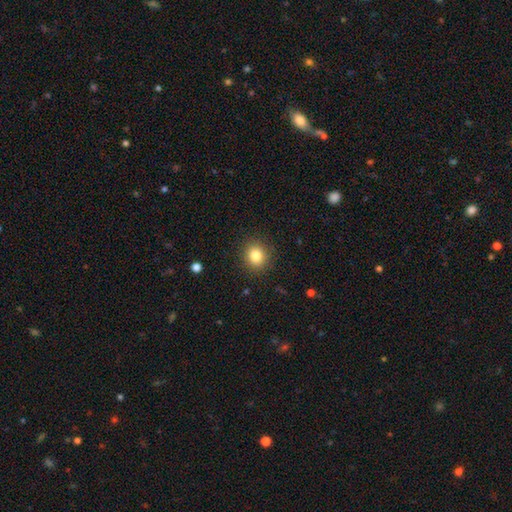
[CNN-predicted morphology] Overall: smooth (83%). How rounded: round (84%). Merging: none (89%).